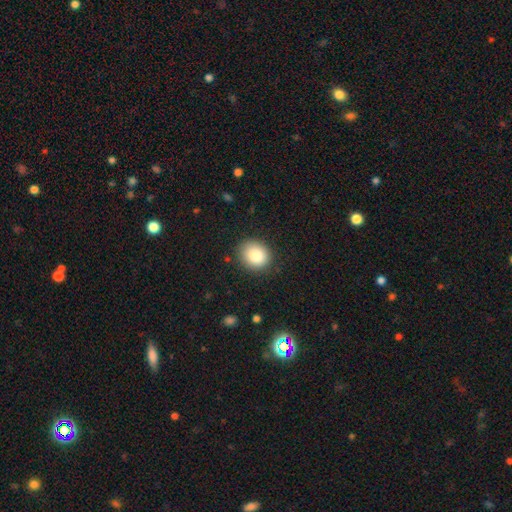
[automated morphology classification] Smooth or featured? Predicted: smooth (p=0.85). How rounded? Predicted: round (p=0.66). Merging? Predicted: none (p=0.86).